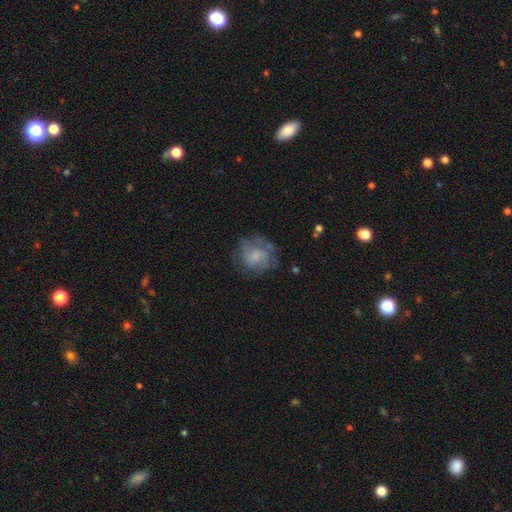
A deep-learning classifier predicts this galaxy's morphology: A featured or disk galaxy (57%) with no bar (66%), spiral arms (78%) and a small central bulge (44%). Merging: none (64%).